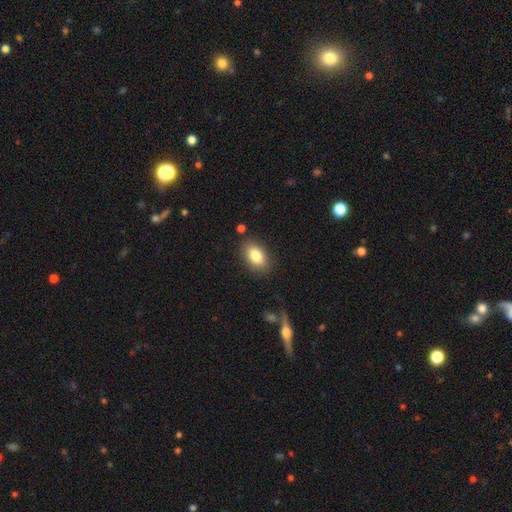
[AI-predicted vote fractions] Overall: smooth (84%). How rounded: in between (88%). Merging: none (85%).